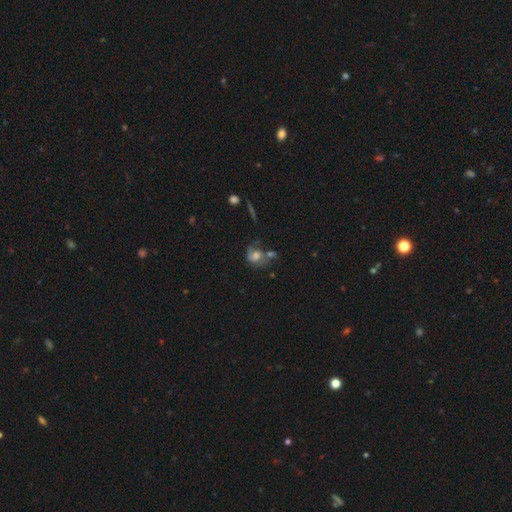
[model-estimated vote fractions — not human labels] A featured or disk galaxy (55%) with no bar (65%), spiral arms (79%) and a moderate central bulge (40%).

Vote fractions:
- Smooth or featured? featured or disk: 55% / smooth: 35% / star or artifact: 10%
- Edge-on disk? no: 96% / yes: 4%
- Bar? no: 65% / weak: 28% / strong: 6%
- Spiral arms? yes: 79% / no: 21%
- Bulge size? moderate: 40% / large: 31% / small: 15% / none: 10% / dominant: 4%
- Merging? none: 32% / major disturbance: 25% / merger: 24% / minor disturbance: 18%